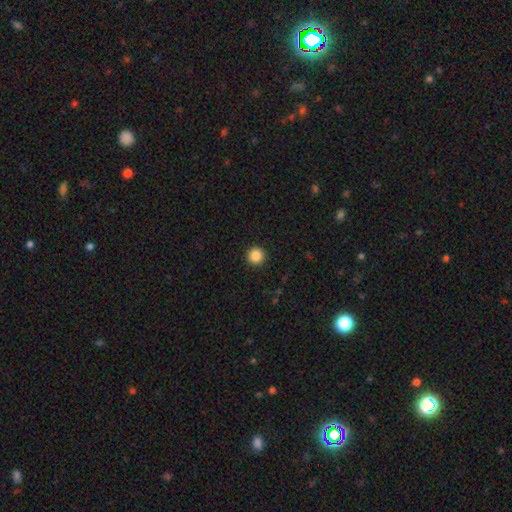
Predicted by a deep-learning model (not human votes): Smooth or featured? Predicted: smooth (p=0.86). How rounded? Predicted: round (p=0.96). Merging? Predicted: none (p=0.93).